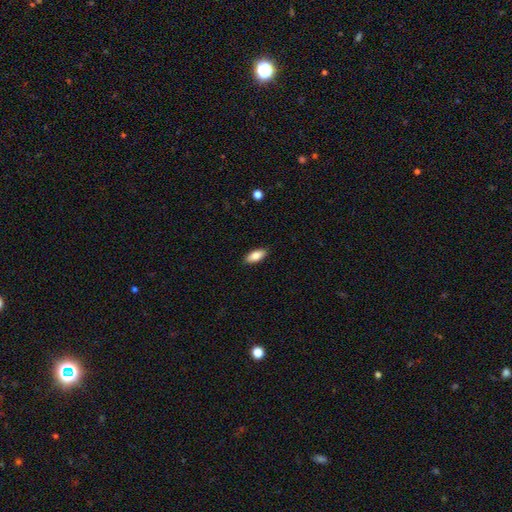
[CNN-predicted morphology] Overall: smooth (86%). How rounded: in between (85%). Merging: none (89%).